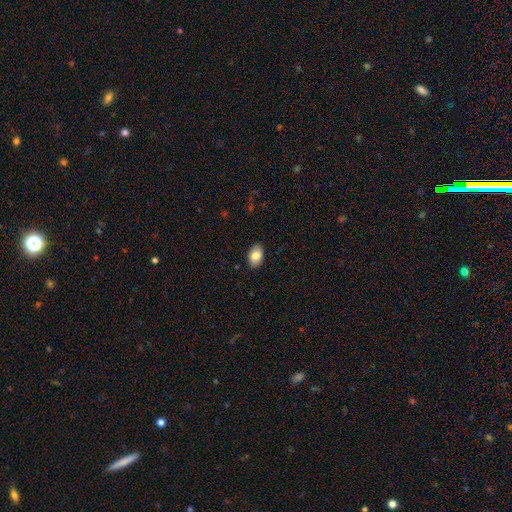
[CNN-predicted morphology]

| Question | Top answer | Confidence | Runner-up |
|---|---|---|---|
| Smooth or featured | smooth | 82% | featured or disk (11%) |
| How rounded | in between | 90% | round (9%) |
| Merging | none | 89% | minor disturbance (8%) |